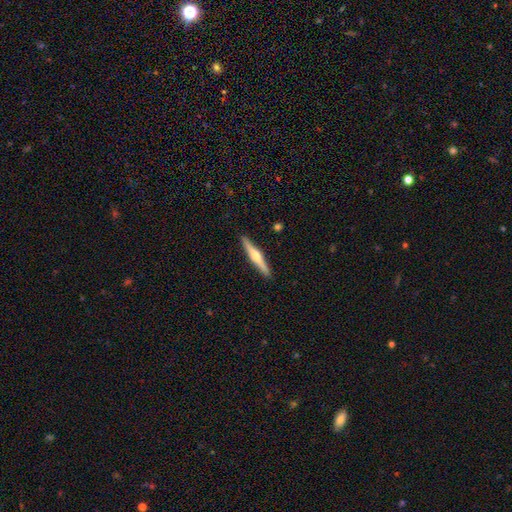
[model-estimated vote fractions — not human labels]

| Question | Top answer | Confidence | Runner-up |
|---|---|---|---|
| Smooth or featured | featured or disk | 65% | smooth (30%) |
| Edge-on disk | yes | 98% | no (2%) |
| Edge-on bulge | rounded | 92% | none (4%) |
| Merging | none | 91% | minor disturbance (6%) |